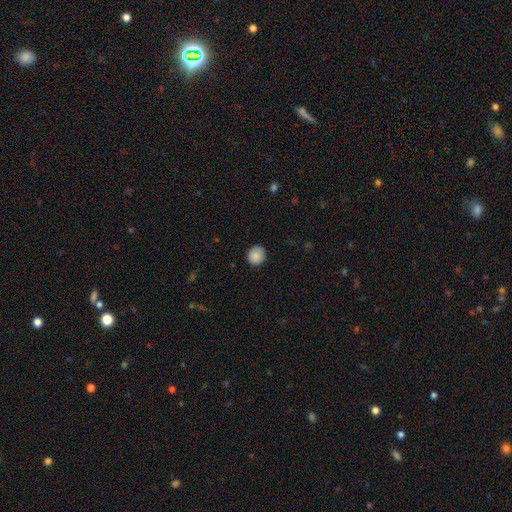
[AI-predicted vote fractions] The model was most divided on "how rounded": round: 84%, in between: 15%, cigar-shaped: 1%. More confident: smooth or featured — smooth (88%); merging — none (86%).